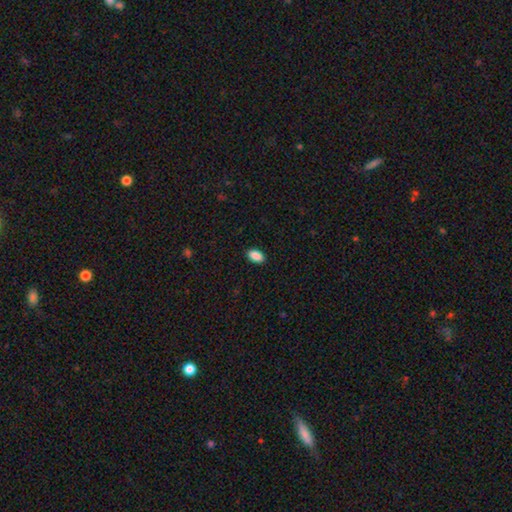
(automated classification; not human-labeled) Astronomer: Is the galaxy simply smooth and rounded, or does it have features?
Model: smooth — 89%.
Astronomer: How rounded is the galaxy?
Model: in between — 92%.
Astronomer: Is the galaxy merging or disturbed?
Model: none — 90%.